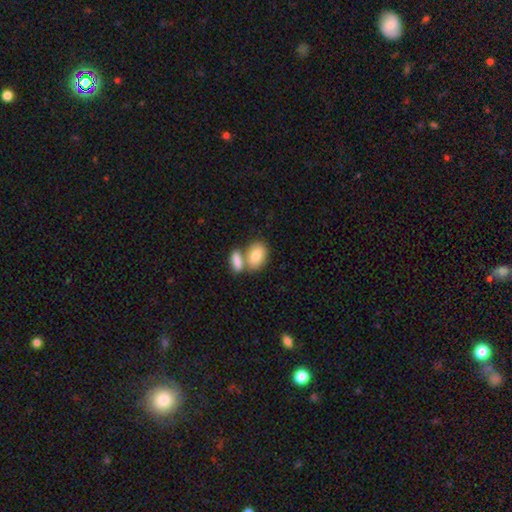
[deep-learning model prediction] Smooth or featured?
  - smooth: 82% *
  - featured or disk: 12%
  - star or artifact: 6%
How rounded?
  - in between: 88% *
  - round: 10%
  - cigar-shaped: 2%
Merging?
  - merger: 49% *
  - none: 39%
  - minor disturbance: 9%
  - major disturbance: 3%